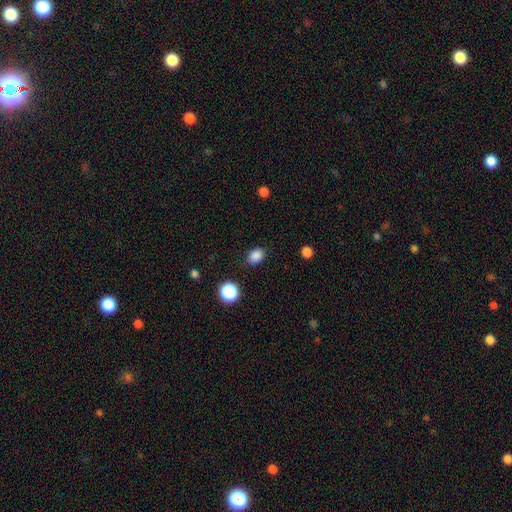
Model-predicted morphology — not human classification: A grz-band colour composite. It shows a smooth galaxy with no disk features (86%) that is in between round and cigar-shaped (69%). Merging: none (86%).